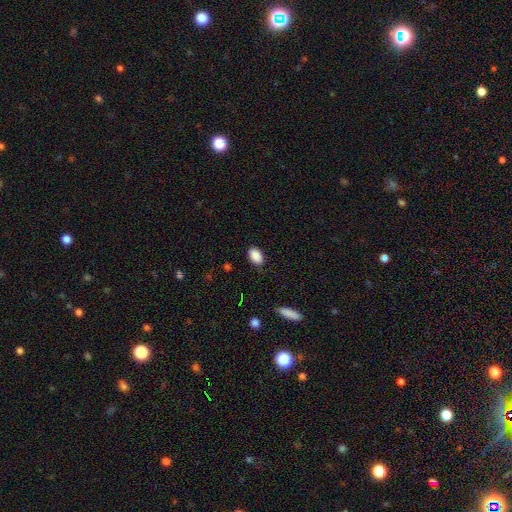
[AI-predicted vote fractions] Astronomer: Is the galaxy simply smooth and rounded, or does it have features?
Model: smooth — 89%.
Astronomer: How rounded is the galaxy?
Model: in between — 90%.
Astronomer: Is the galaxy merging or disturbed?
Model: none — 86%.